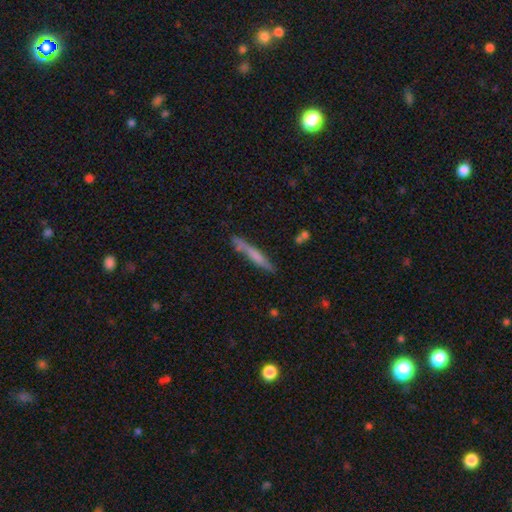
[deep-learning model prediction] This appears to be a smooth galaxy with no disk features (63%) that is cigar-shaped (94%). Merging: none (70%).